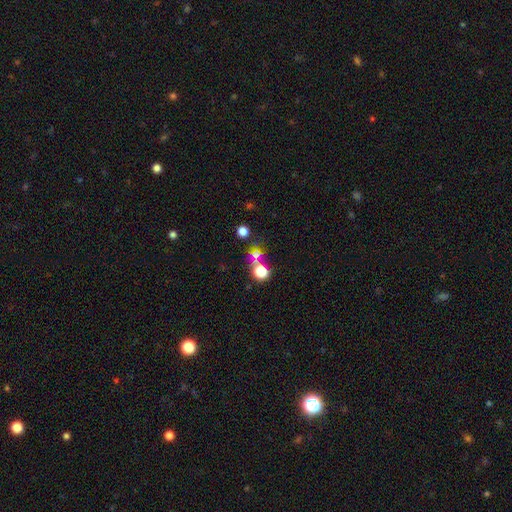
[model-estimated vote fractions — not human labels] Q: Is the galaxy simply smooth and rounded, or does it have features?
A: smooth — 51%.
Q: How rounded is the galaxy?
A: round — 82%.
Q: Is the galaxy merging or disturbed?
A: none — 62%.